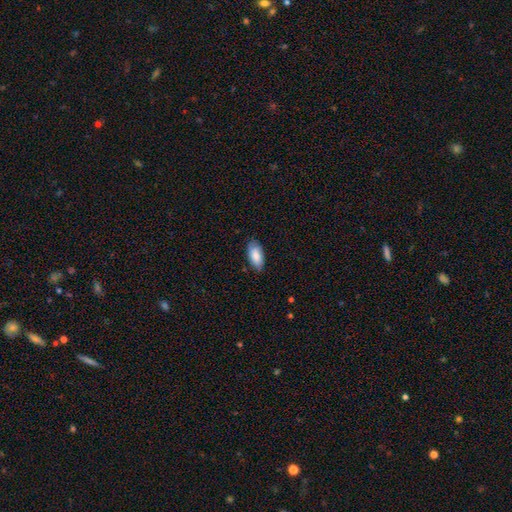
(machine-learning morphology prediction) Smooth or featured? Predicted: smooth (p=0.86). How rounded? Predicted: in between (p=0.92). Merging? Predicted: none (p=0.80).